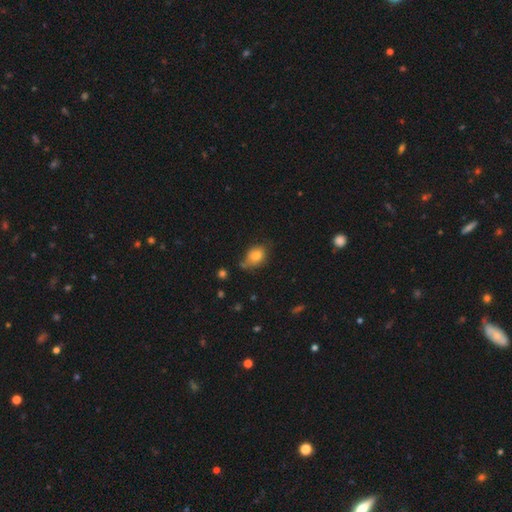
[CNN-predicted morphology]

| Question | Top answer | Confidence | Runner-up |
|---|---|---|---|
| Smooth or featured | smooth | 79% | featured or disk (11%) |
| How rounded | in between | 70% | round (28%) |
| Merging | none | 56% | minor disturbance (30%) |